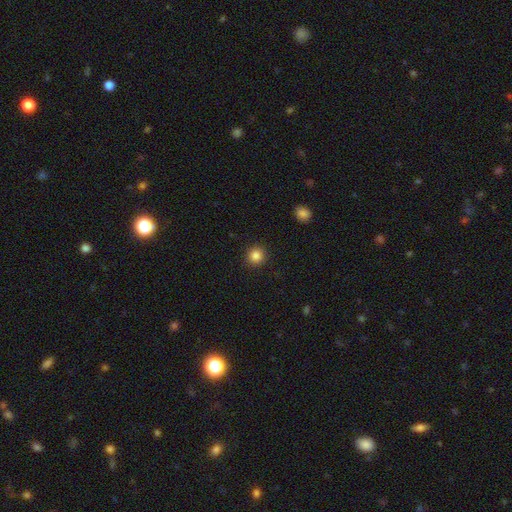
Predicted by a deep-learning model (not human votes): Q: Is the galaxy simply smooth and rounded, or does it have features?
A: smooth — 85%.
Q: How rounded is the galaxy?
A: round — 94%.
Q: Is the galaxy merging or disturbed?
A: none — 92%.